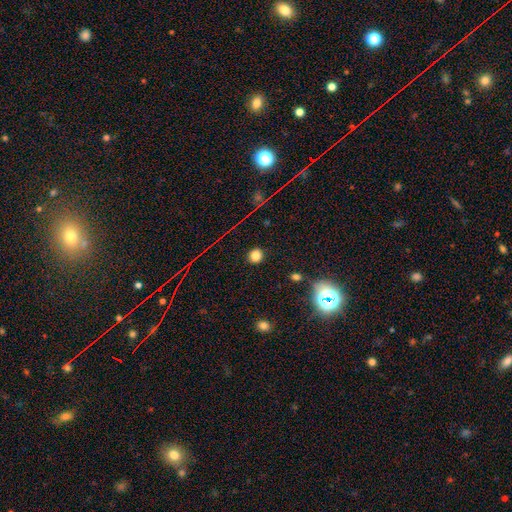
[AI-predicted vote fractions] A smooth galaxy with no disk features (80%) that is round (89%). Merging: none (90%).